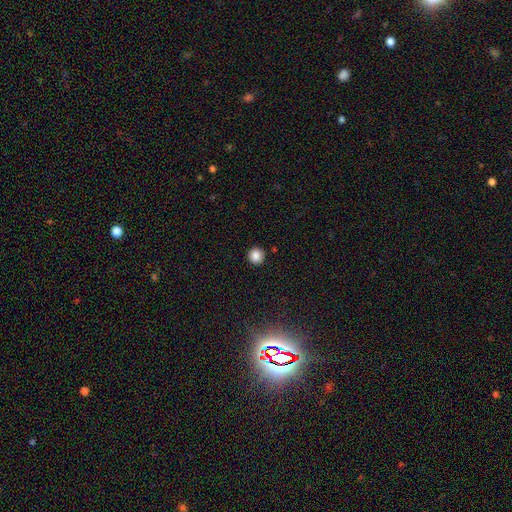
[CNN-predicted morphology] smooth 86%, star or artifact 11%, featured or disk 4%. Down the decision tree: how rounded — round (95%); merging — none (92%).